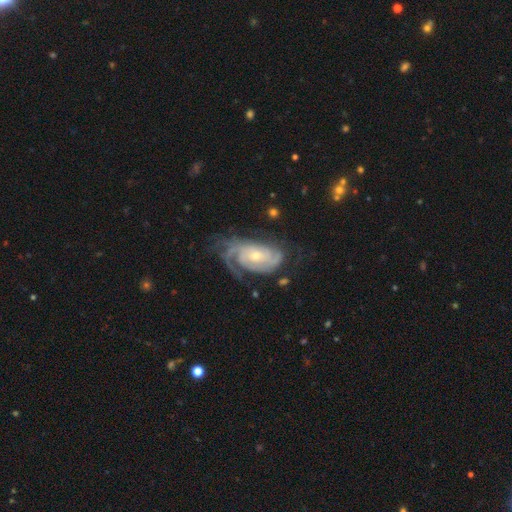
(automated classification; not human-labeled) Morphology: type=featured or disk (87%); edge-on=no (96%); bar=no (67%); spiral arms=yes (97%); winding=tight (64%); arm count=2 (30%); bulge=small (55%); merging=none (59%).